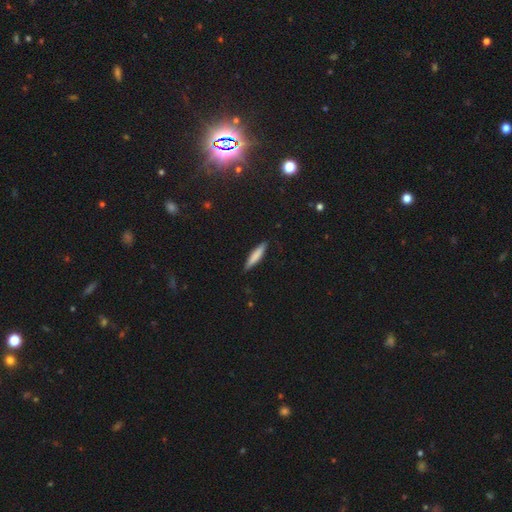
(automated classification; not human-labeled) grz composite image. It shows a smooth galaxy with no disk features (77%) that is cigar-shaped (86%). Merging: none (87%).